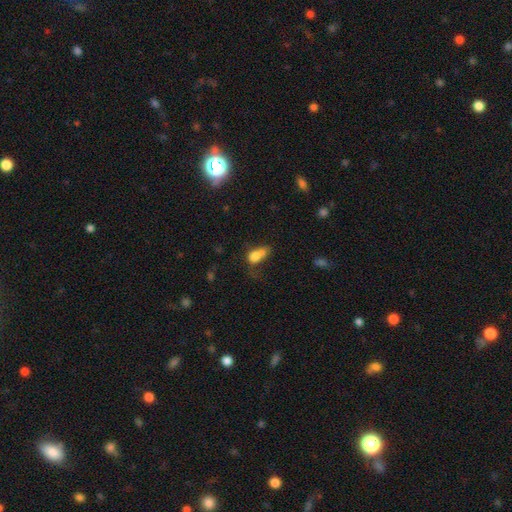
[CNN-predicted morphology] Q: Smooth or featured?
A: smooth (73%); runner-up: featured or disk (16%)
Q: How rounded?
A: in between (76%); runner-up: round (18%)
Q: Merging?
A: merger (34%); runner-up: major disturbance (24%)